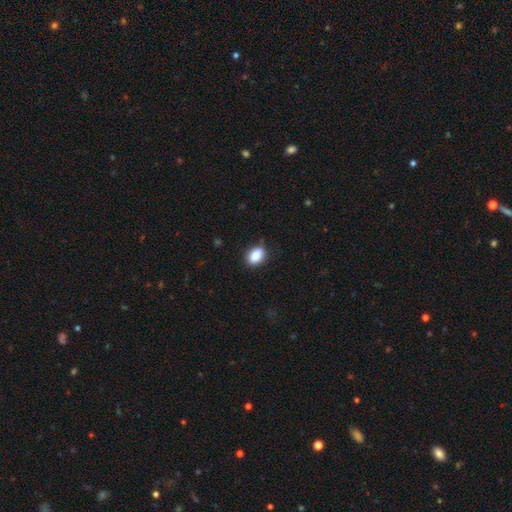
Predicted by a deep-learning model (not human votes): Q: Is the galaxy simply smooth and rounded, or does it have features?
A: smooth — 85%.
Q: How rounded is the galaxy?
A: in between — 77%.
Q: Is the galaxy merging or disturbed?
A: none — 85%.